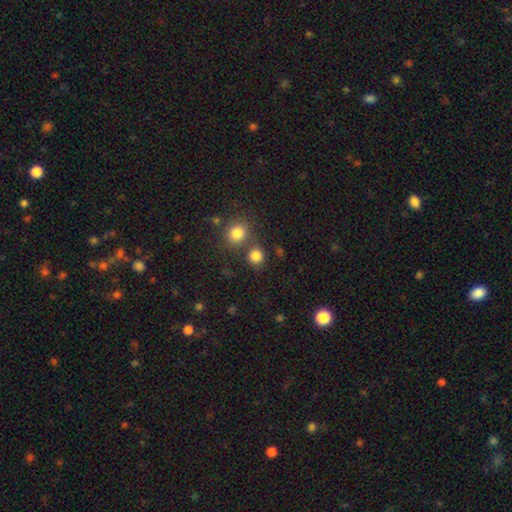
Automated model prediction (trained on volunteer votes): smooth 82%, star or artifact 13%, featured or disk 5%. Down the decision tree: how rounded — round (86%); merging — none (69%).